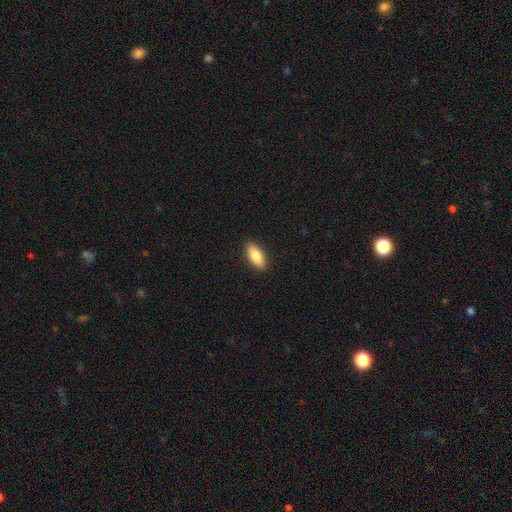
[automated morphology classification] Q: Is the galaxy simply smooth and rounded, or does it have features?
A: smooth — 84%.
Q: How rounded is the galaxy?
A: in between — 86%.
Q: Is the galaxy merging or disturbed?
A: none — 90%.